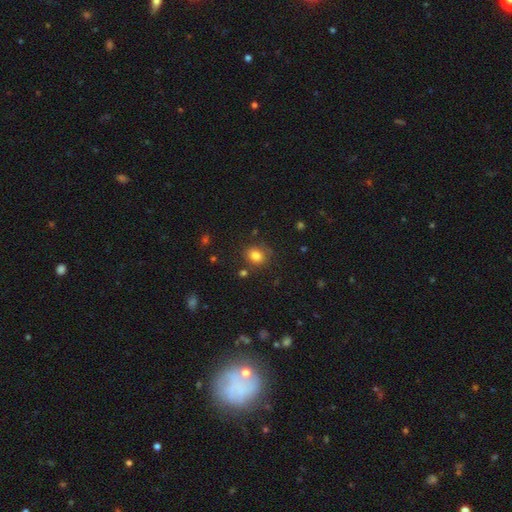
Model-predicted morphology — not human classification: smooth-or-featured: smooth: 81% | star or artifact: 12% | featured or disk: 7%
  how-rounded: round: 64% | in between: 35% | cigar-shaped: 1%
  merging: none: 78% | minor disturbance: 13% | merger: 5% | major disturbance: 4%